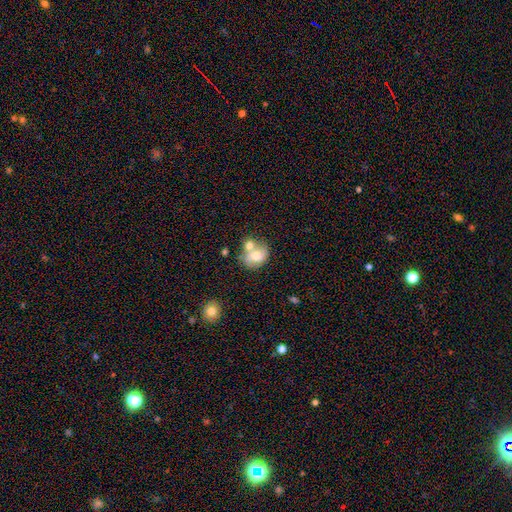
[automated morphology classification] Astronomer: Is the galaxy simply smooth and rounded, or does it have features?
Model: smooth — 61%.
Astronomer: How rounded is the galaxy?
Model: round — 52% (runner-up: in between, 47%).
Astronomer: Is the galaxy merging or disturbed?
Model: merger — 43% (runner-up: none, 37%).